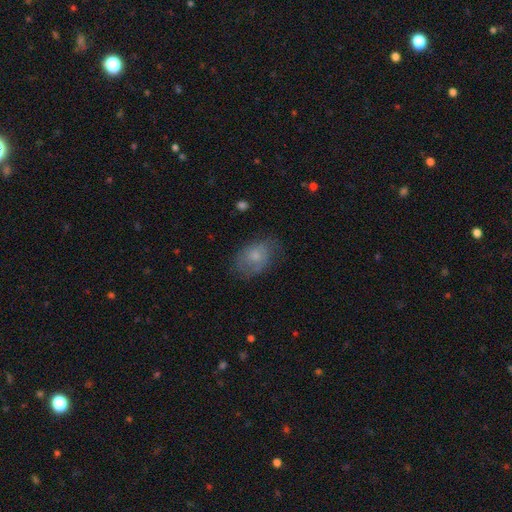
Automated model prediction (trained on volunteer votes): Smooth or featured? smooth (64%)
How rounded? in between (77%)
Merging? none (61%)